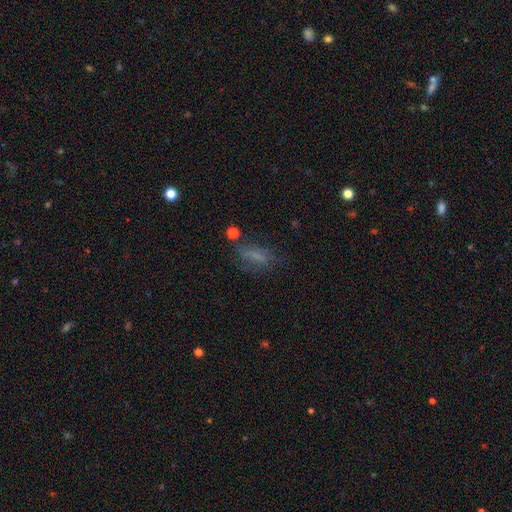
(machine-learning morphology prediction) Smooth or featured? Predicted: smooth (p=0.57). How rounded? Predicted: in between (p=0.64). Merging? Predicted: none (p=0.54).